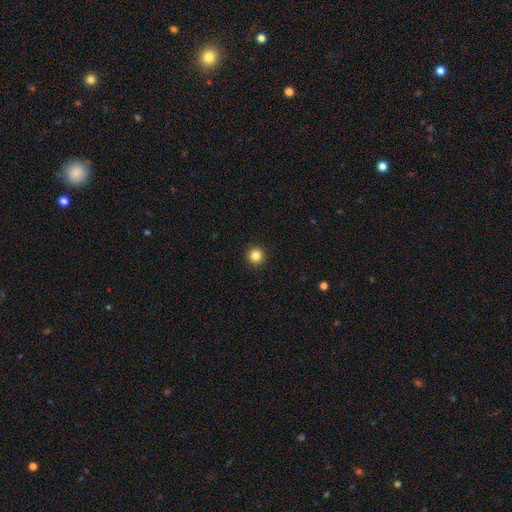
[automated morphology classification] A smooth galaxy with no disk features (84%) that is round (96%).

Vote fractions:
- Smooth or featured? smooth: 84% / star or artifact: 12% / featured or disk: 5%
- How rounded? round: 96% / in between: 3% / cigar-shaped: 1%
- Merging? none: 94% / minor disturbance: 4% / major disturbance: 1% / merger: 1%